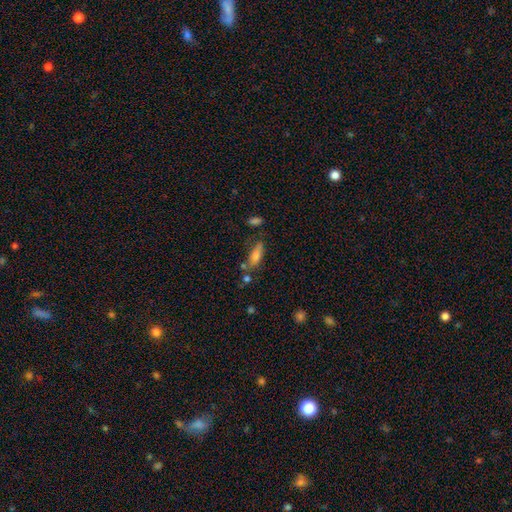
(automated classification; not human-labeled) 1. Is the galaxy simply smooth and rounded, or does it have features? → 74% smooth, 16% featured or disk, 10% star or artifact.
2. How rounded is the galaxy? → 63% in between, 34% cigar-shaped, 3% round.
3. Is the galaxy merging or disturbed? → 55% none, 21% minor disturbance, 15% merger, 8% major disturbance.